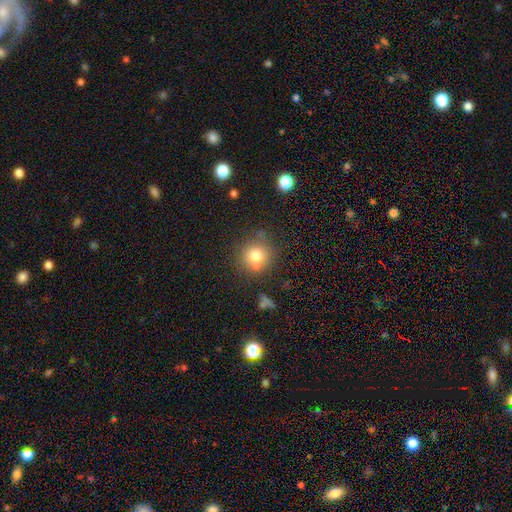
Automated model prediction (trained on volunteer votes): Overall: smooth (75%). How rounded: round (90%). Merging: none (67%).